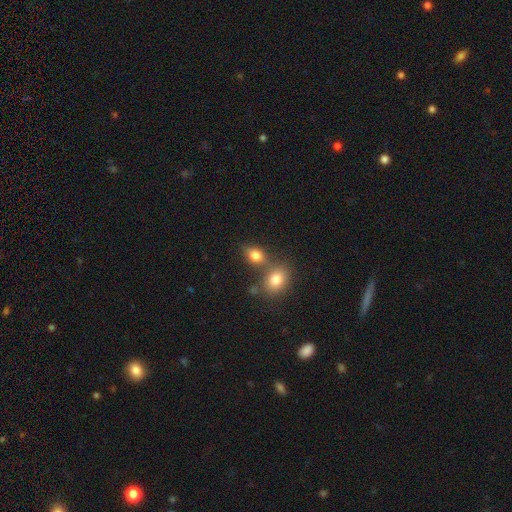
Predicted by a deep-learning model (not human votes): smooth-or-featured: smooth: 78% | star or artifact: 11% | featured or disk: 10%
  how-rounded: in between: 68% | round: 29% | cigar-shaped: 3%
  merging: none: 49% | merger: 35% | minor disturbance: 11% | major disturbance: 4%